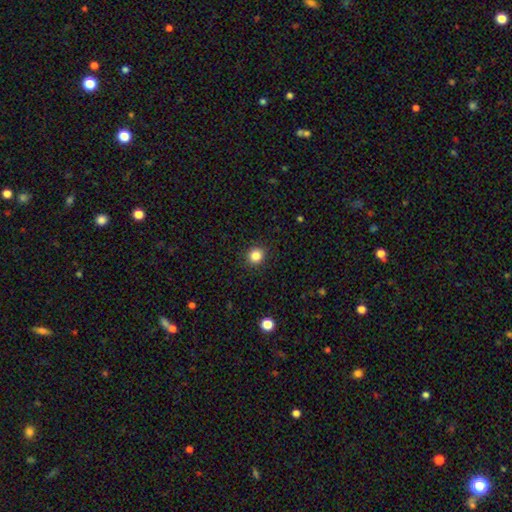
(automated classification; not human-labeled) The model was most divided on "how rounded": round: 86%, in between: 13%, cigar-shaped: 1%. More confident: merging — none (91%); smooth or featured — smooth (85%).